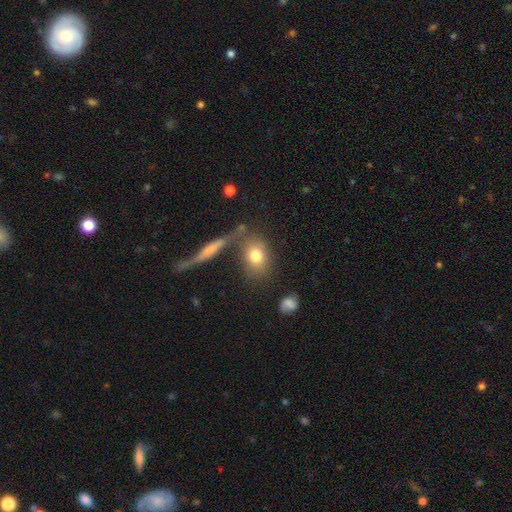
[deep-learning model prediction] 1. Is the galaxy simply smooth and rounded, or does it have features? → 77% smooth, 14% featured or disk, 9% star or artifact.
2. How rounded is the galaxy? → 62% in between, 34% round, 4% cigar-shaped.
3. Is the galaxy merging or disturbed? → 61% none, 17% merger, 14% minor disturbance, 8% major disturbance.